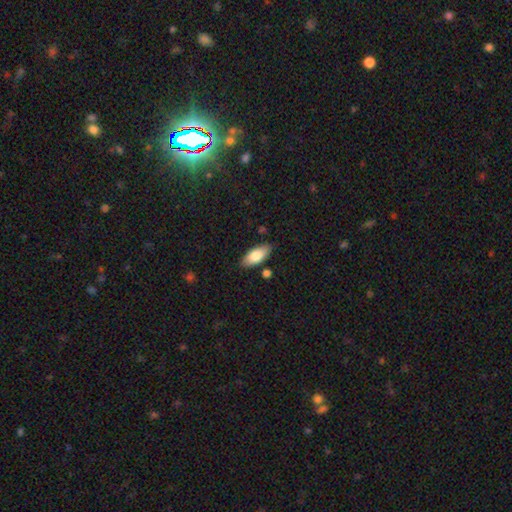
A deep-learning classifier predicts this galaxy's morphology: type=smooth (81%); roundness=in between (87%); merging=none (83%).